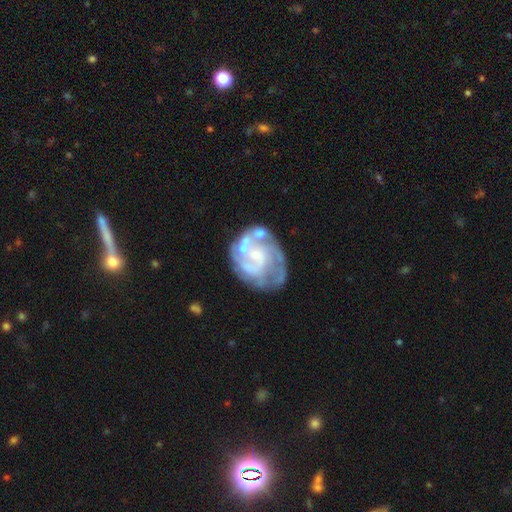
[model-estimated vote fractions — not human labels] Smooth or featured: featured or disk — 82% (smooth — 12%)
Edge-on disk: no — 98% (yes — 2%)
Bar: no — 65% (weak — 29%)
Spiral arms: yes — 79% (no — 21%)
Spiral winding: tight — 46% (medium — 38%)
Spiral arm count: can't tell — 35% (2 — 27%)
Bulge size: small — 55% (moderate — 25%)
Merging: none — 49% (minor disturbance — 21%)